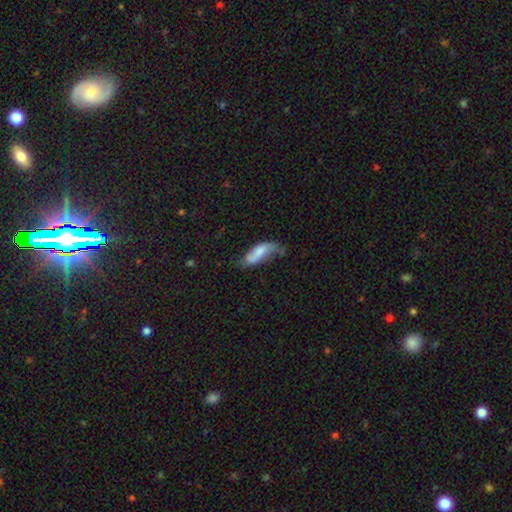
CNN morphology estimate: This is possibly a smooth galaxy (52%). How rounded: likely in between (63%). Merging: marginally none (40%).